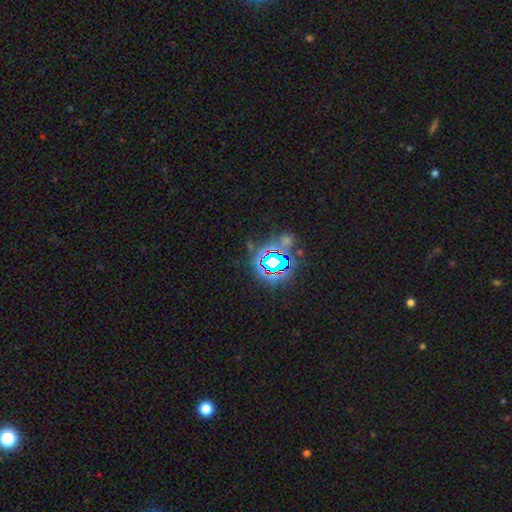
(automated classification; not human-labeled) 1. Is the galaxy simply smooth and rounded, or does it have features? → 78% star or artifact, 14% smooth, 8% featured or disk.